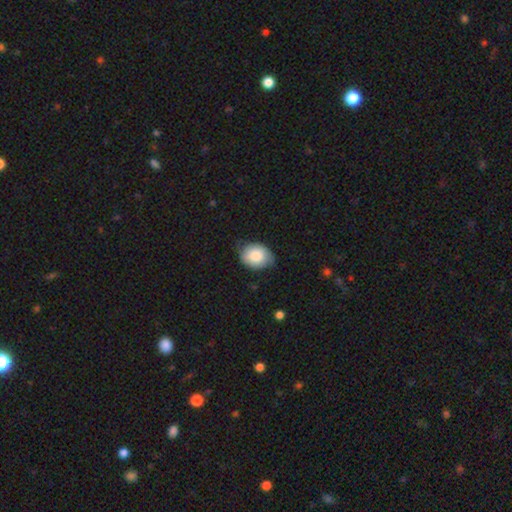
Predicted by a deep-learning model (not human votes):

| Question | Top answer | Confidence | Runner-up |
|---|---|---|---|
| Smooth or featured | smooth | 78% | featured or disk (15%) |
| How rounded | in between | 59% | round (40%) |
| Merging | none | 62% | minor disturbance (31%) |